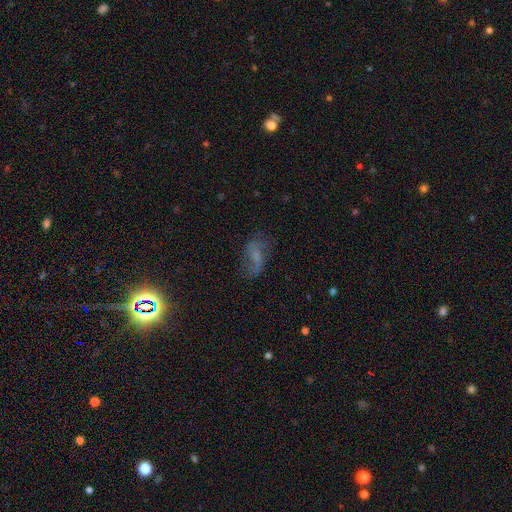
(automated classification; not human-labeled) Smooth or featured? Predicted: featured or disk (p=0.52). Edge-on disk? Predicted: no (p=0.94). Merging? Predicted: none (p=0.58).